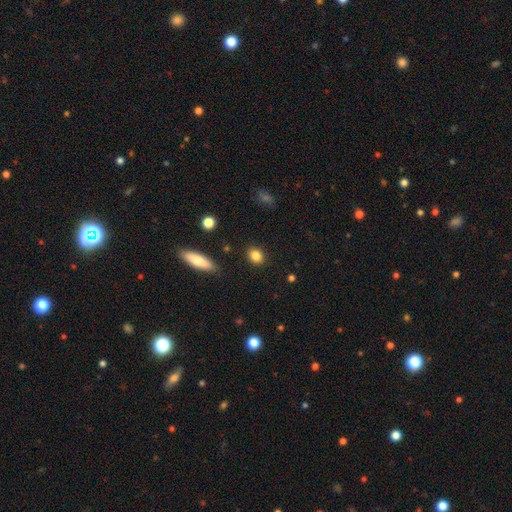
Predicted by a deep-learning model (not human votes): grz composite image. It shows a smooth galaxy with no disk features (85%) that is round (60%). Merging: none (89%).